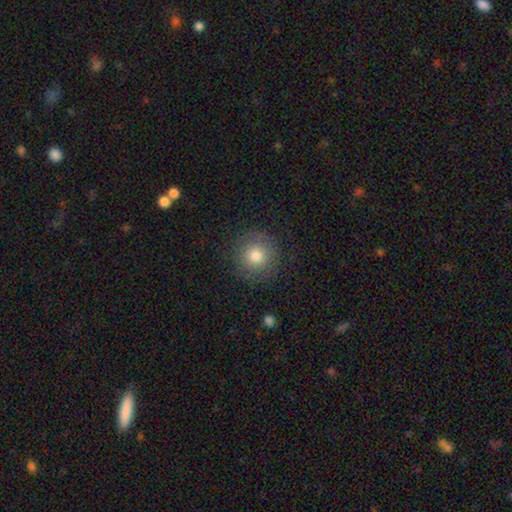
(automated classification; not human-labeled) This appears to be a smooth galaxy with no disk features (77%) that is round (95%). Merging: none (85%).